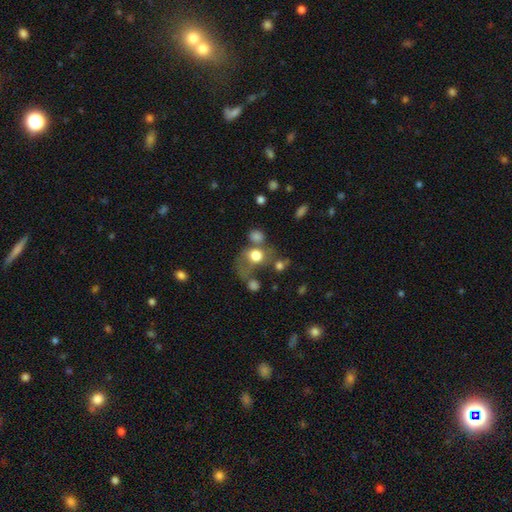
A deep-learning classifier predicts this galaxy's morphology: Smooth or featured: smooth — 71% (featured or disk — 17%)
How rounded: round — 63% (in between — 36%)
Merging: none — 30% (merger — 29%)